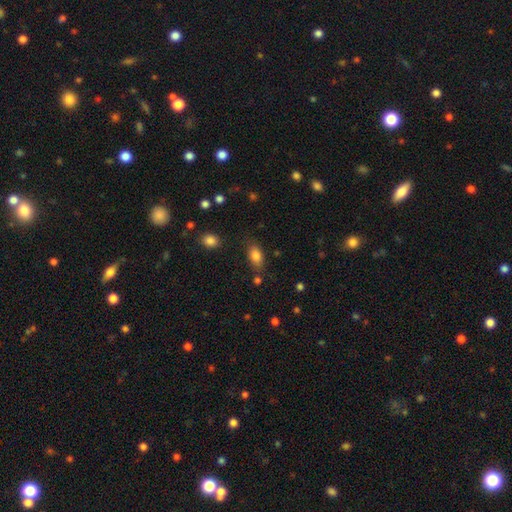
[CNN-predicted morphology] type=smooth (82%); roundness=in between (86%); merging=none (74%).